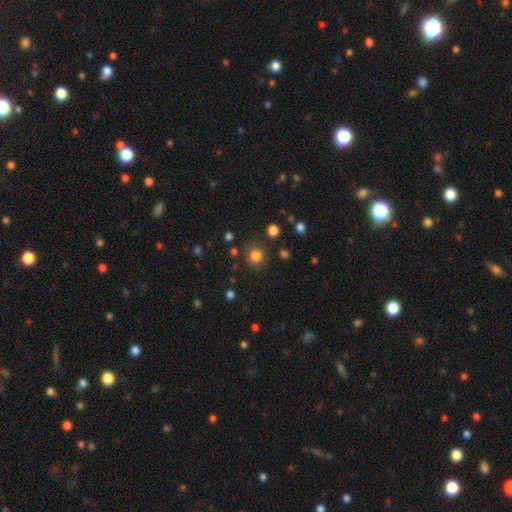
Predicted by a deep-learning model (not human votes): A smooth galaxy with no disk features (81%) that is round (90%). Merging: none (83%).